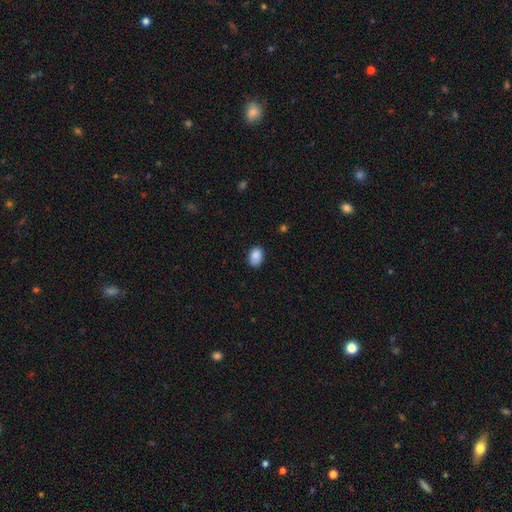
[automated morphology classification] Smooth or featured? Predicted: smooth (p=0.87). How rounded? Predicted: in between (p=0.82). Merging? Predicted: none (p=0.80).